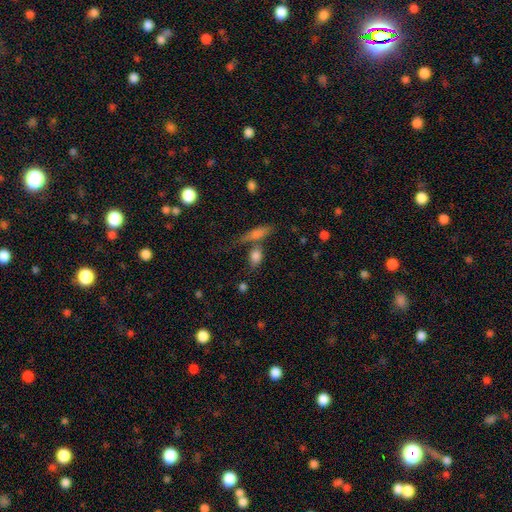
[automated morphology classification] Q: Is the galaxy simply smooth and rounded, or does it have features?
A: smooth — 80%.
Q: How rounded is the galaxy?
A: in between — 68%.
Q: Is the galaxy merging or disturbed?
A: none — 50%.